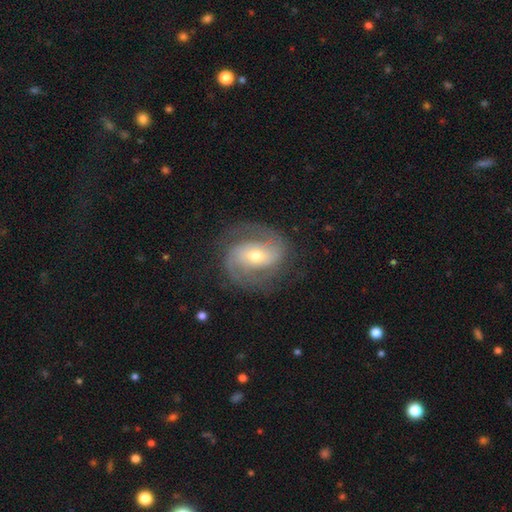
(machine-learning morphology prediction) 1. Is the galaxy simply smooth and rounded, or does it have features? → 87% featured or disk, 8% smooth, 5% star or artifact.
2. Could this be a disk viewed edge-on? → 97% no, 3% yes.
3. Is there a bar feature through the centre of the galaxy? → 41% weak, 33% no, 26% strong.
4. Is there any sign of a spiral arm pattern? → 96% yes, 4% no.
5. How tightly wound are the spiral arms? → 51% medium, 34% tight, 15% loose.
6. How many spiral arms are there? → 89% 2, 4% can't tell, 3% 3, 2% 1, 1% 4, 1% more than 4.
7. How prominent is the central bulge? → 58% moderate, 36% small, 4% large, 1% none, 1% dominant.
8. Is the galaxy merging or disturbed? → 78% none, 13% minor disturbance, 7% major disturbance, 1% merger.